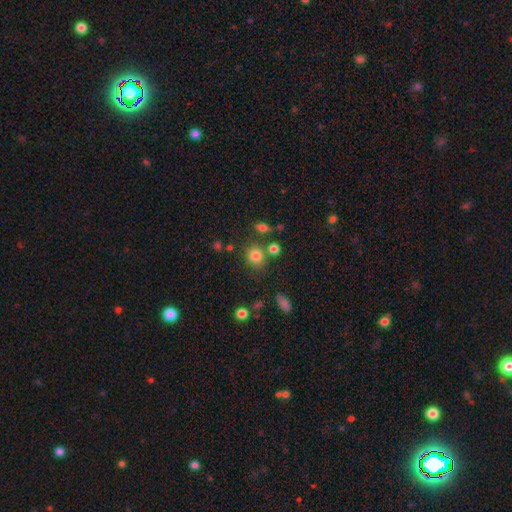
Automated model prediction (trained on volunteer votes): Overall: smooth (81%). How rounded: round (78%). Merging: none (73%).